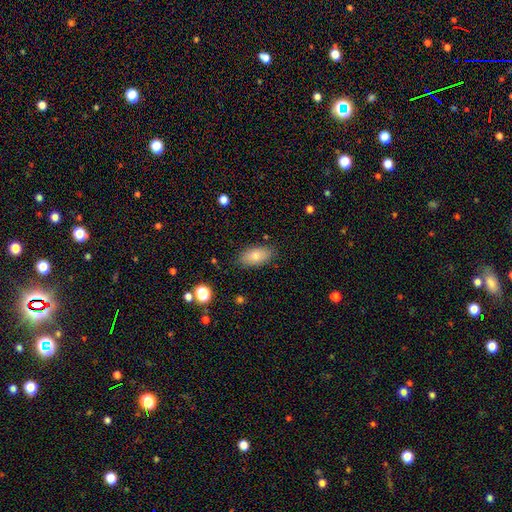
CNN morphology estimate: Smooth or featured?
  - smooth: 74% *
  - featured or disk: 16%
  - star or artifact: 9%
How rounded?
  - in between: 90% *
  - round: 5%
  - cigar-shaped: 5%
Merging?
  - none: 85% *
  - minor disturbance: 11%
  - major disturbance: 3%
  - merger: 1%